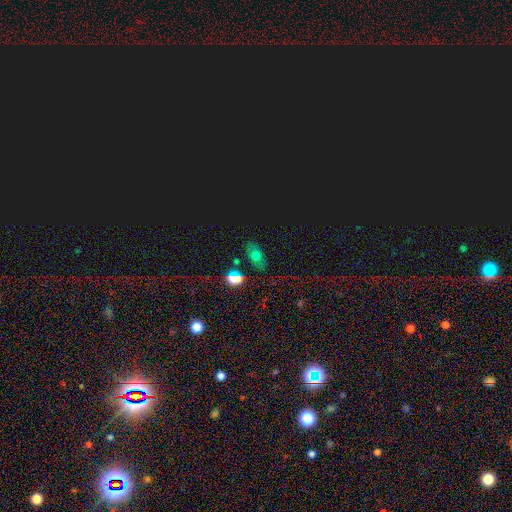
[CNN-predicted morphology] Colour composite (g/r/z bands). It shows a smooth galaxy with no disk features (59%) that is in between round and cigar-shaped (78%). Merging: none (78%).